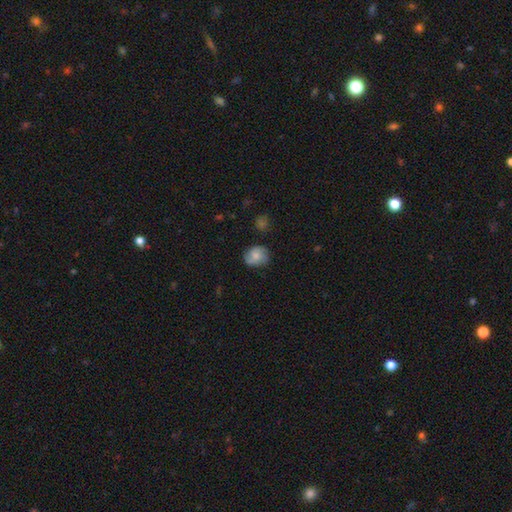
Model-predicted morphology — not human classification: smooth 68%, featured or disk 25%, star or artifact 8%. Down the decision tree: how rounded — round (60%); merging — none (70%).